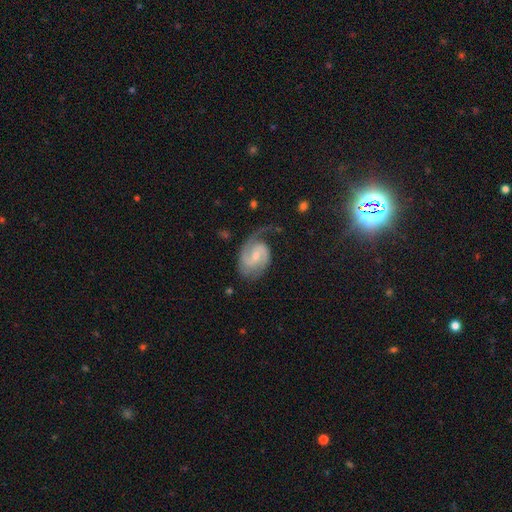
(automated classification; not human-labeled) This appears to be a featured or disk galaxy (86%) with a weak bar (50%), 2 (73%) medium (49%) spiral arms (97%) and a small central bulge (52%). Merging: none (53%).